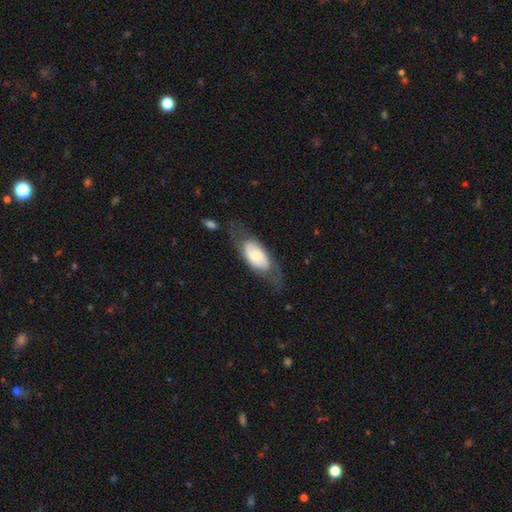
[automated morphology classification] smooth 49%, featured or disk 45%, star or artifact 6%. Down the decision tree: merging — none (52%).